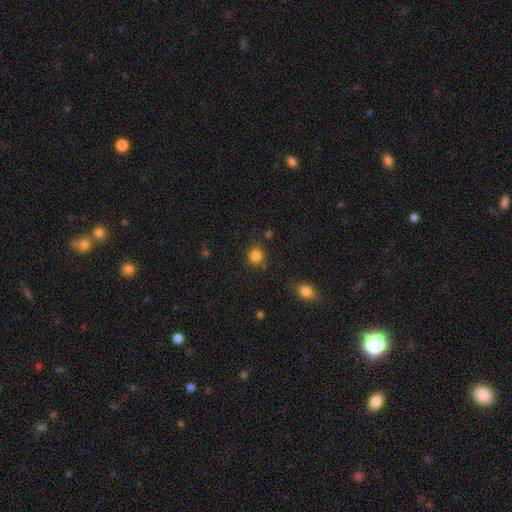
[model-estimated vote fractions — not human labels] Smooth or featured?
  - smooth: 84% *
  - star or artifact: 12%
  - featured or disk: 4%
How rounded?
  - round: 88% *
  - in between: 11%
  - cigar-shaped: 1%
Merging?
  - none: 83% *
  - minor disturbance: 11%
  - major disturbance: 3%
  - merger: 3%